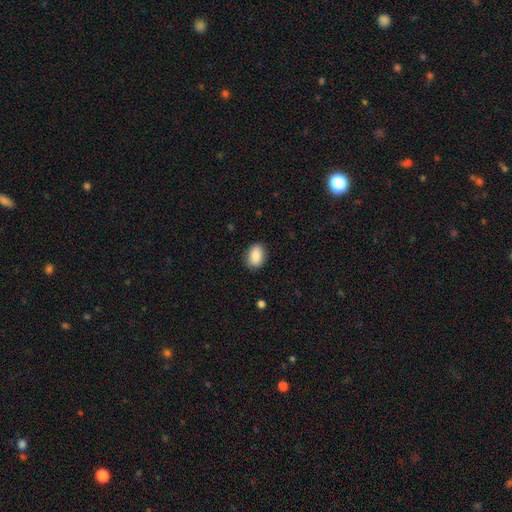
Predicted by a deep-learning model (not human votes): Smooth or featured?
  - smooth: 88% *
  - star or artifact: 7%
  - featured or disk: 5%
How rounded?
  - in between: 81% *
  - round: 18%
  - cigar-shaped: 1%
Merging?
  - none: 87% *
  - minor disturbance: 10%
  - major disturbance: 2%
  - merger: 1%